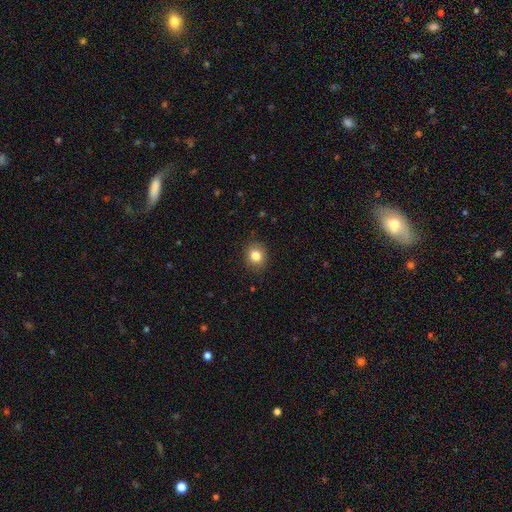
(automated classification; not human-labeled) Smooth or featured?
  - smooth: 83% *
  - star or artifact: 10%
  - featured or disk: 6%
How rounded?
  - round: 72% *
  - in between: 27%
  - cigar-shaped: 1%
Merging?
  - none: 88% *
  - minor disturbance: 9%
  - major disturbance: 2%
  - merger: 1%